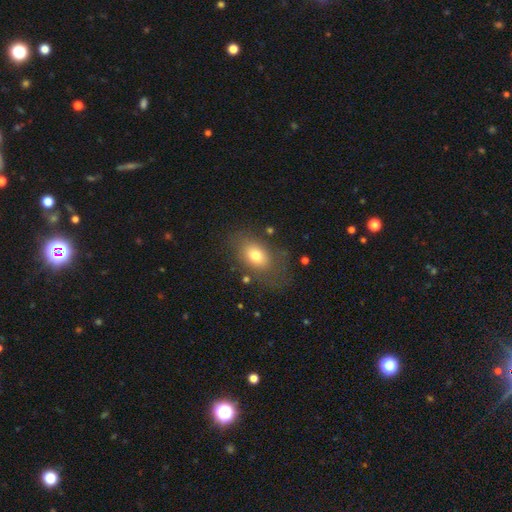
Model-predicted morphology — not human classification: A smooth galaxy with no disk features (75%) that is in between round and cigar-shaped (82%).

Vote fractions:
- Smooth or featured? smooth: 75% / featured or disk: 16% / star or artifact: 9%
- How rounded? in between: 82% / round: 16% / cigar-shaped: 2%
- Merging? none: 65% / minor disturbance: 20% / major disturbance: 12% / merger: 3%